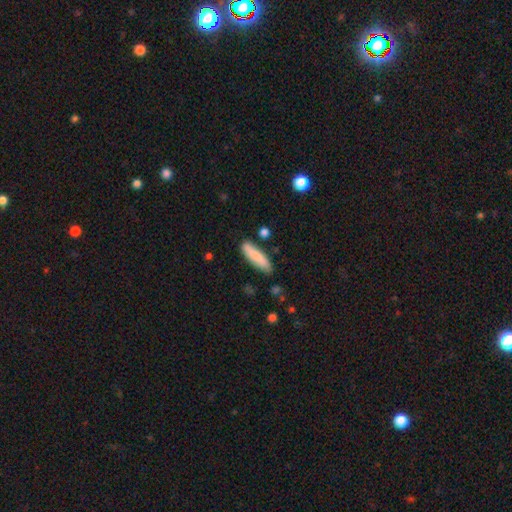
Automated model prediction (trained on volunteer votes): Morphology: type=smooth (83%); roundness=cigar-shaped (68%); merging=none (81%).